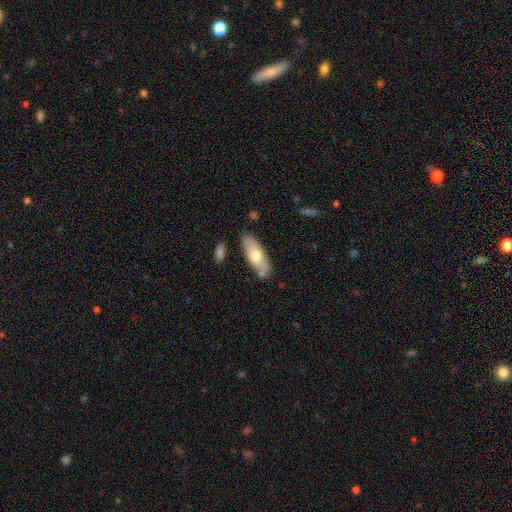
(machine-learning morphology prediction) smooth-or-featured: smooth: 65% | featured or disk: 29% | star or artifact: 6%
  how-rounded: in between: 77% | cigar-shaped: 21% | round: 2%
  merging: none: 75% | minor disturbance: 15% | merger: 6% | major disturbance: 3%